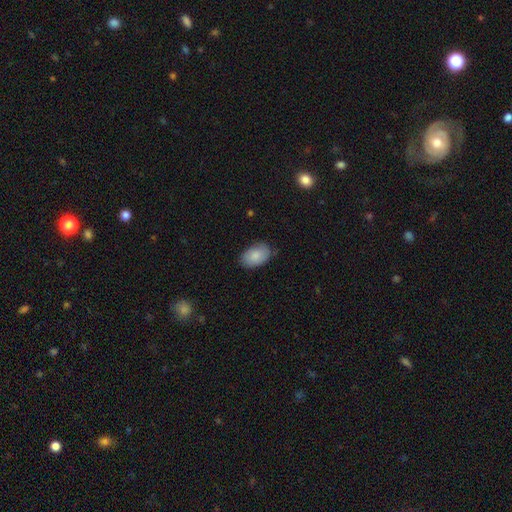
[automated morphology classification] Smooth or featured? Predicted: smooth (p=0.84). How rounded? Predicted: in between (p=0.91). Merging? Predicted: none (p=0.76).